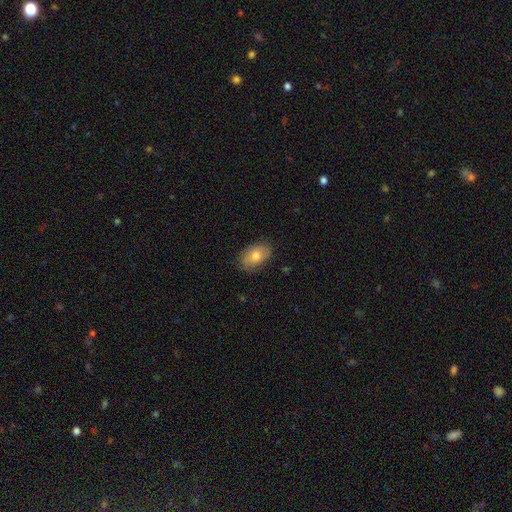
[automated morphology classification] A smooth galaxy with no disk features (75%) that is in between round and cigar-shaped (89%).

Vote fractions:
- Smooth or featured? smooth: 75% / featured or disk: 18% / star or artifact: 8%
- How rounded? in between: 89% / round: 9% / cigar-shaped: 2%
- Merging? none: 82% / minor disturbance: 14% / major disturbance: 3% / merger: 1%